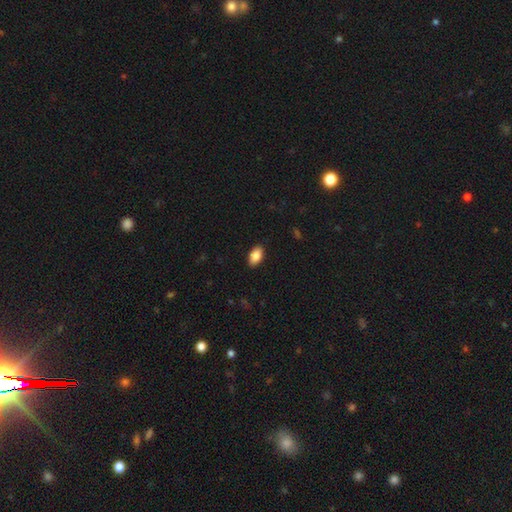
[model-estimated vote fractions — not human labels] smooth-or-featured: smooth: 86% | star or artifact: 7% | featured or disk: 6%
  how-rounded: in between: 93% | round: 5% | cigar-shaped: 2%
  merging: none: 89% | minor disturbance: 8% | major disturbance: 2% | merger: 1%